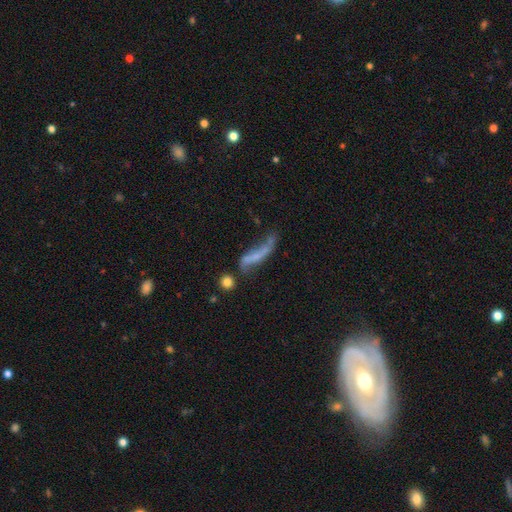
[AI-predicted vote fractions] Smooth or featured? featured or disk (53%)
Edge-on disk? no (71%)
Merging? major disturbance (31%)